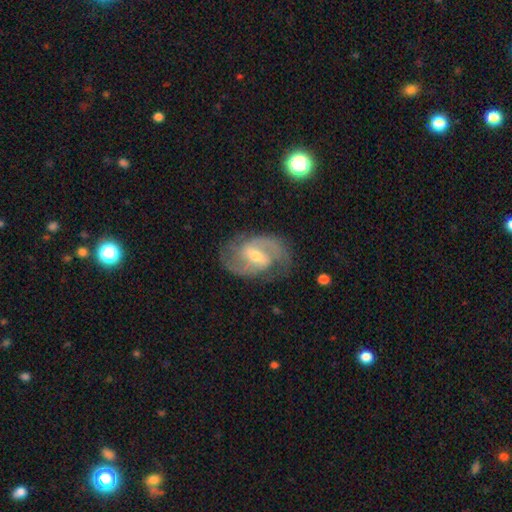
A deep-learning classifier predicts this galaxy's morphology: smooth-or-featured: featured or disk: 88% | smooth: 7% | star or artifact: 5%
  disk-edge-on: no: 97% | yes: 3%
    bar: weak: 49% | strong: 37% | no: 14%
    has-spiral-arms: yes: 96% | no: 4%
      spiral-winding: medium: 55% | tight: 28% | loose: 17%
      spiral-arm-count: 2: 87% | can't tell: 5% | 3: 4% | 1: 2% | 4: 1% | more than 4: 1%
    bulge-size: moderate: 52% | small: 44% | large: 2% | none: 1% | dominant: 1%
  merging: none: 79% | minor disturbance: 14% | major disturbance: 5% | merger: 1%